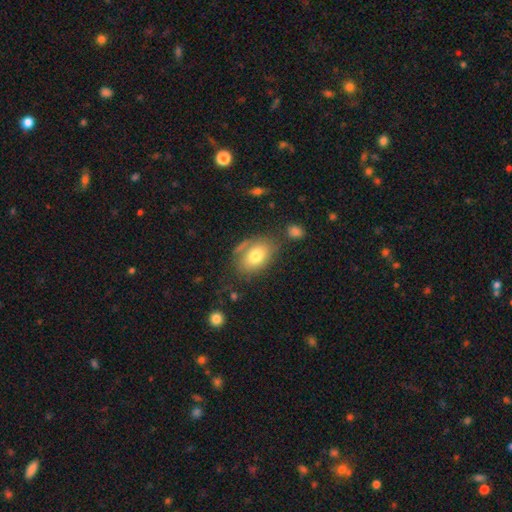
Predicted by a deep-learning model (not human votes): Morphology: type=smooth (73%); roundness=in between (83%); merging=none (62%).